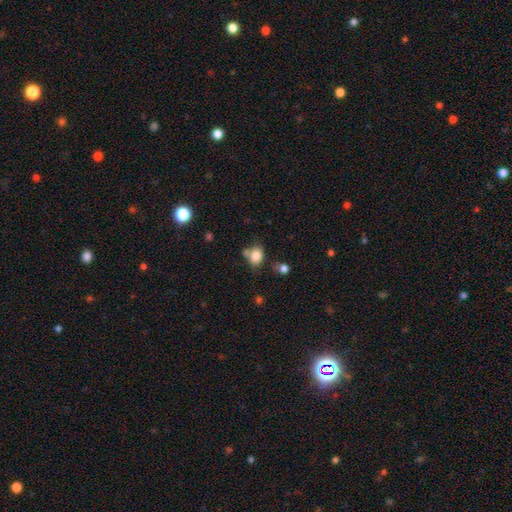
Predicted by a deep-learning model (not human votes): Q: Smooth or featured?
A: smooth (81%); runner-up: star or artifact (11%)
Q: How rounded?
A: in between (56%); runner-up: round (43%)
Q: Merging?
A: none (53%); runner-up: minor disturbance (20%)